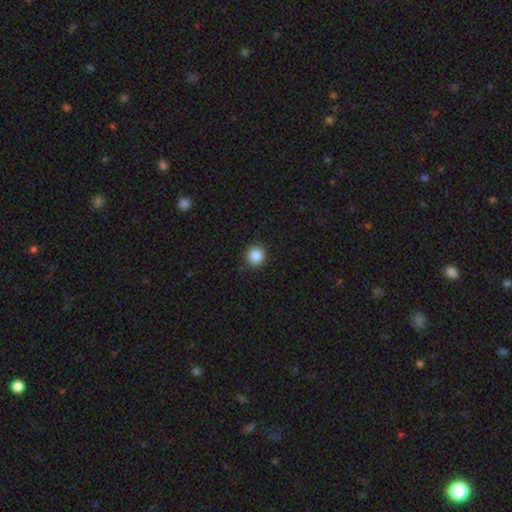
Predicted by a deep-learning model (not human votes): Overall: smooth (86%). How rounded: round (91%). Merging: none (91%).